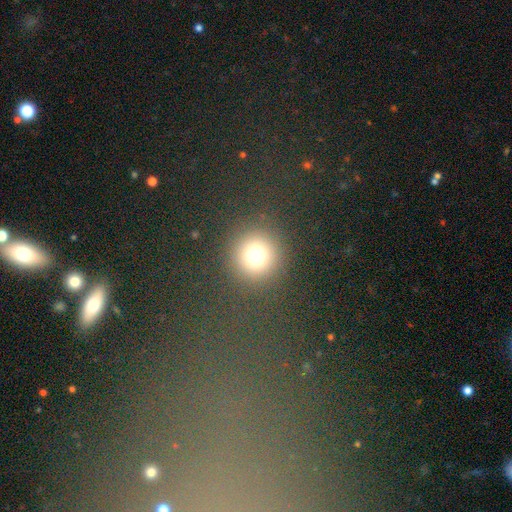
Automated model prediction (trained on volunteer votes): smooth 73%, star or artifact 19%, featured or disk 8%. Down the decision tree: how rounded — round (92%); merging — none (86%).